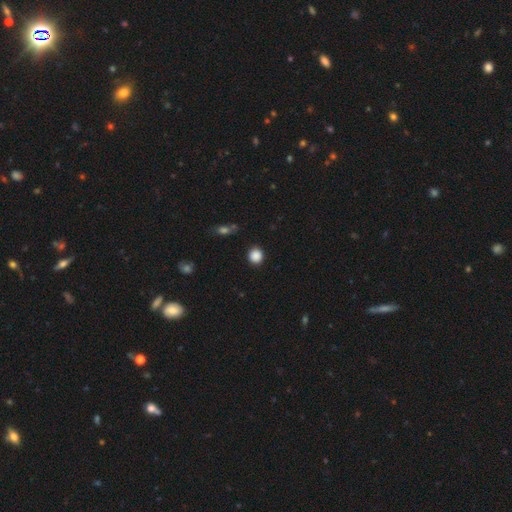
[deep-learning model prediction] This is clearly a smooth galaxy (87%). How rounded: clearly round (88%). Merging: clearly none (90%).